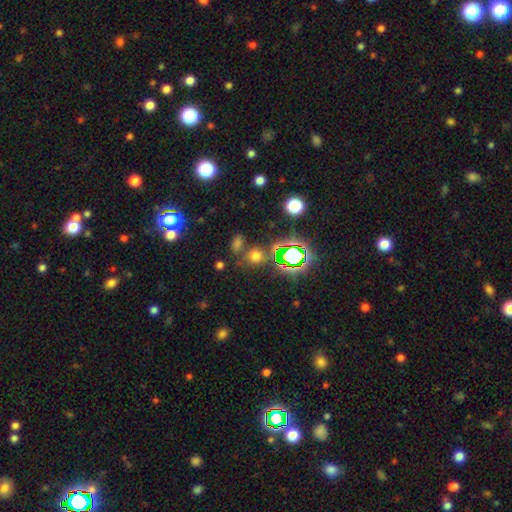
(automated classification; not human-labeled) smooth_or_featured: smooth (p=0.54) [alt: star or artifact p=0.38]
how_rounded: round (p=0.66) [alt: in between p=0.31]
merging: none (p=0.70) [alt: merger p=0.13]